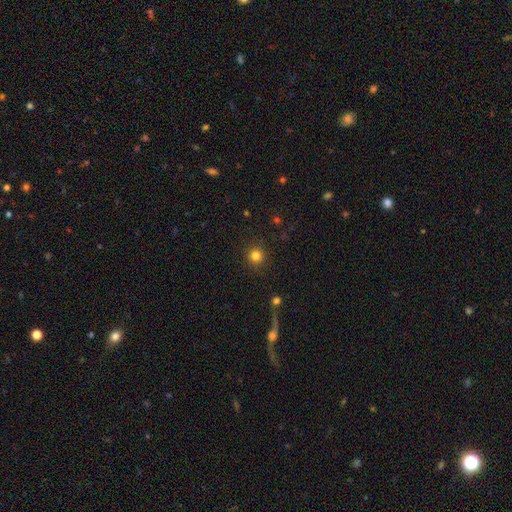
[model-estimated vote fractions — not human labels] This is clearly a smooth galaxy (82%). How rounded: clearly round (95%). Merging: clearly none (90%).